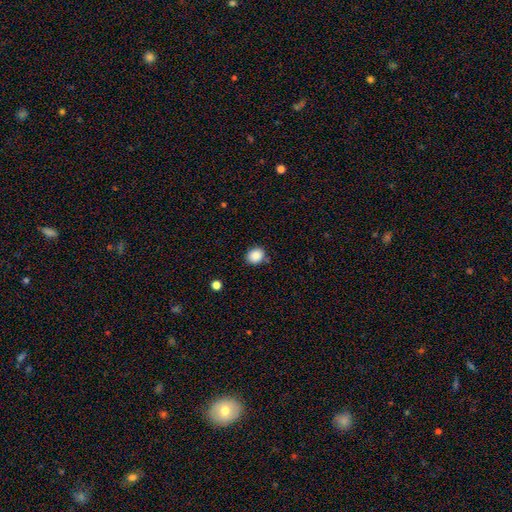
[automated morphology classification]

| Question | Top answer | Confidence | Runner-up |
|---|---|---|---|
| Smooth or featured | smooth | 87% | star or artifact (9%) |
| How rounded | round | 61% | in between (38%) |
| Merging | none | 82% | minor disturbance (12%) |